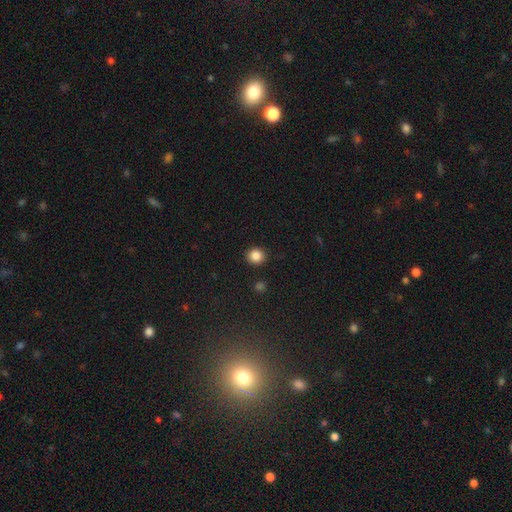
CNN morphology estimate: Q: Smooth or featured?
A: smooth (86%); runner-up: star or artifact (11%)
Q: How rounded?
A: round (90%); runner-up: in between (9%)
Q: Merging?
A: none (91%); runner-up: minor disturbance (5%)